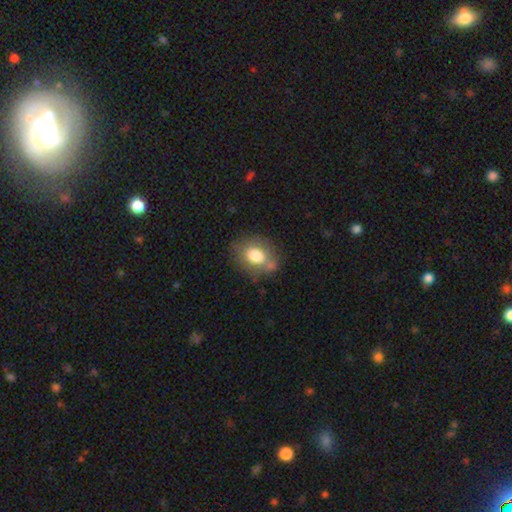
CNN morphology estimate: Smooth or featured: smooth — 76% (featured or disk — 15%)
How rounded: in between — 56% (round — 43%)
Merging: none — 67% (minor disturbance — 19%)